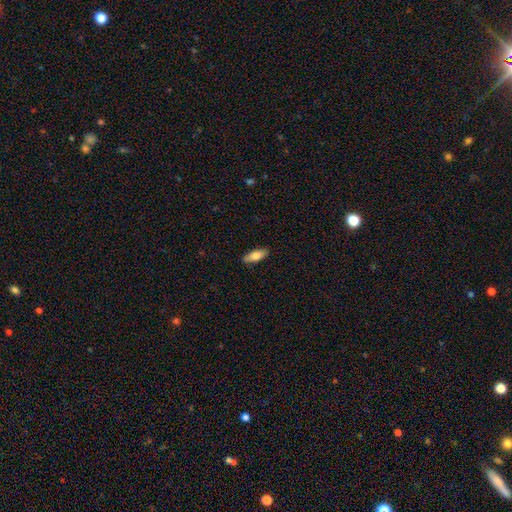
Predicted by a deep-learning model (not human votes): Overall: smooth (77%). How rounded: in between (69%; cigar-shaped 29%). Merging: none (86%).